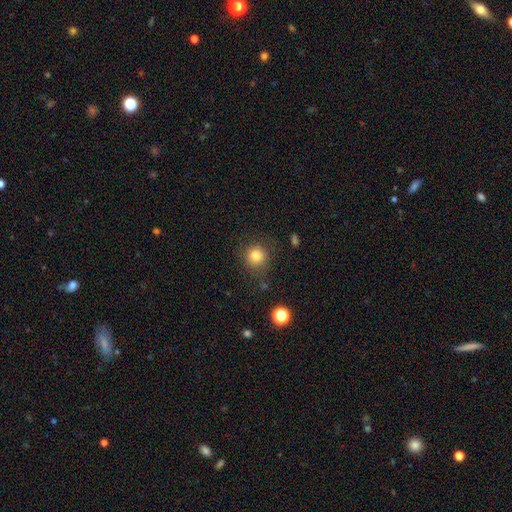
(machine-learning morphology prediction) Smooth or featured? Predicted: smooth (p=0.82). How rounded? Predicted: round (p=0.91). Merging? Predicted: none (p=0.80).